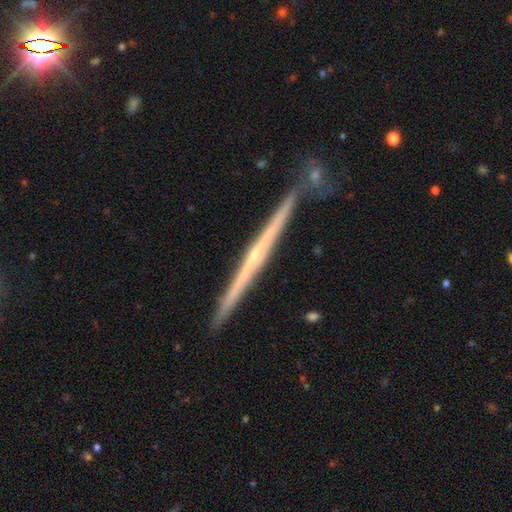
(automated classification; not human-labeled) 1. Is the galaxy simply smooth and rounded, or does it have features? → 78% featured or disk, 16% smooth, 6% star or artifact.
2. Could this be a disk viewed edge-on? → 98% yes, 2% no.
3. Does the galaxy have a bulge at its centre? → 52% none, 42% rounded, 5% boxy.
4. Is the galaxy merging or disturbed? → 87% none, 7% minor disturbance, 4% merger, 2% major disturbance.